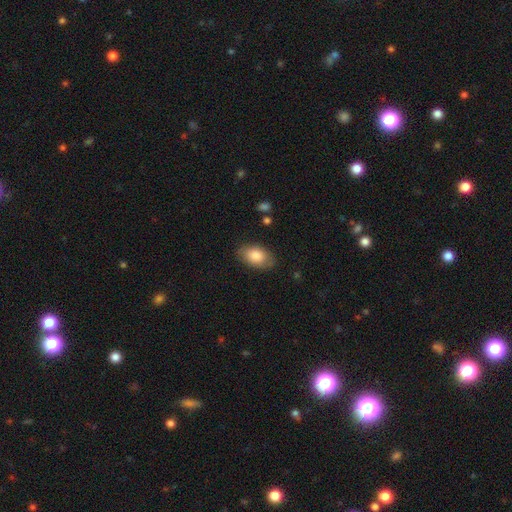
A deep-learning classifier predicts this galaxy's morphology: smooth_or_featured: smooth (p=0.83) [alt: featured or disk p=0.11]
how_rounded: in between (p=0.92) [alt: round p=0.07]
merging: none (p=0.81) [alt: minor disturbance p=0.15]